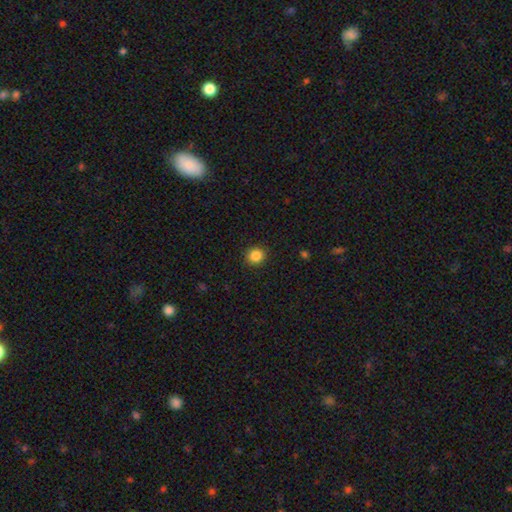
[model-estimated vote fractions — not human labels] Morphology: type=smooth (86%); roundness=round (87%); merging=none (91%).